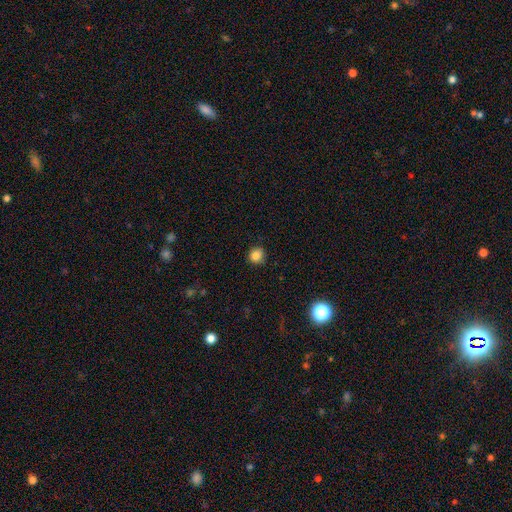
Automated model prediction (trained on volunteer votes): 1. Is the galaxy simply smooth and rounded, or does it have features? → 84% smooth, 11% star or artifact, 5% featured or disk.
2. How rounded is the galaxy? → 92% round, 7% in between, 1% cigar-shaped.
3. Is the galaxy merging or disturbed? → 89% none, 8% minor disturbance, 2% major disturbance, 1% merger.